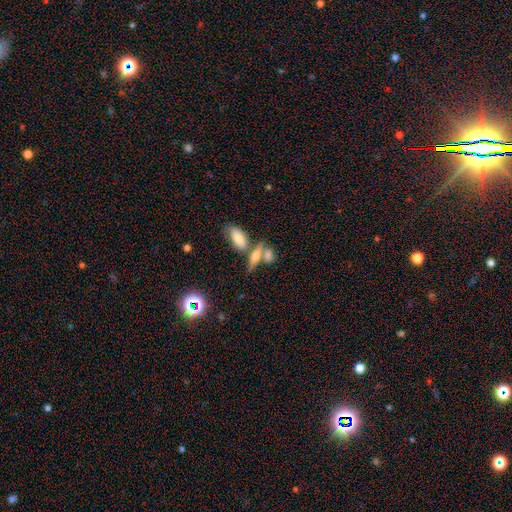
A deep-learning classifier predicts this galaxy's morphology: This is possibly a smooth galaxy (60%). How rounded: likely in between (64%). Merging: marginally merger (43%).